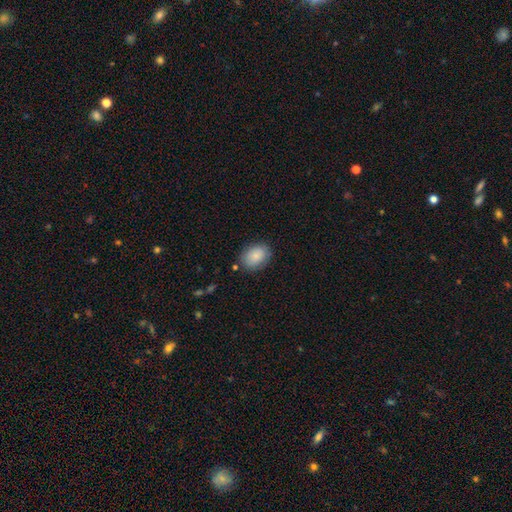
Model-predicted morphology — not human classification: smooth-or-featured: smooth: 86% | featured or disk: 7% | star or artifact: 7%
  how-rounded: in between: 77% | round: 22% | cigar-shaped: 1%
  merging: none: 82% | minor disturbance: 13% | major disturbance: 3% | merger: 2%